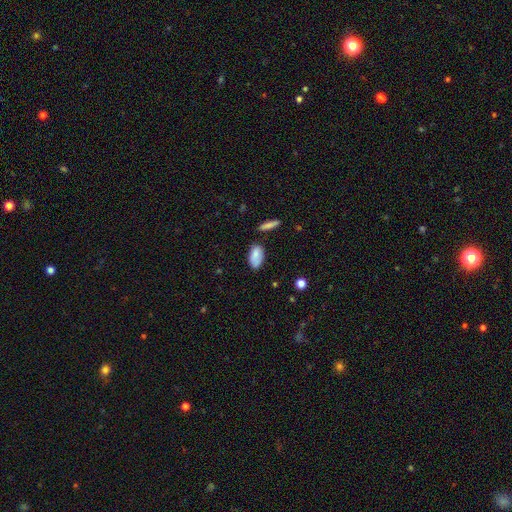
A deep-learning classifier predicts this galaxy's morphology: smooth 84%, featured or disk 9%, star or artifact 7%. Down the decision tree: how rounded — in between (92%); merging — none (71%).